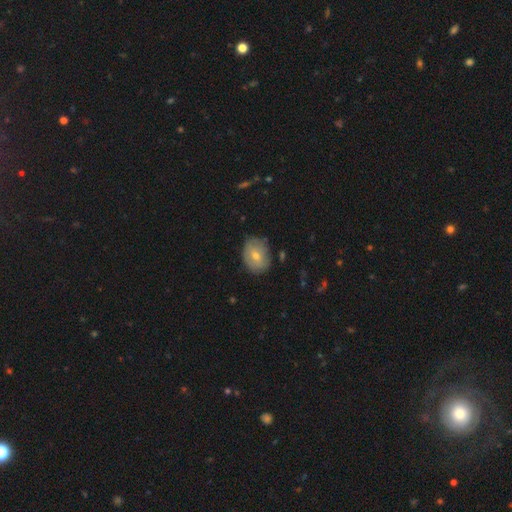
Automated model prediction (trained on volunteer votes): This appears to be a smooth galaxy with no disk features (57%) that is in between round and cigar-shaped (61%). Merging: none (76%).